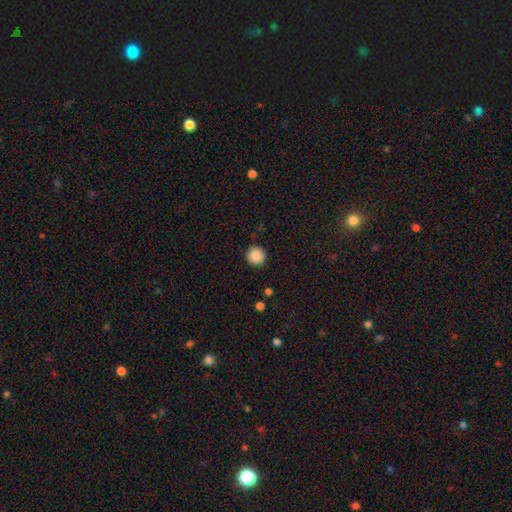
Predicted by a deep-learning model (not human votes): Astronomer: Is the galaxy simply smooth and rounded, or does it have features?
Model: smooth — 89%.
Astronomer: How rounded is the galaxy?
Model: round — 95%.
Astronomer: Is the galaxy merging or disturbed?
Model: none — 91%.